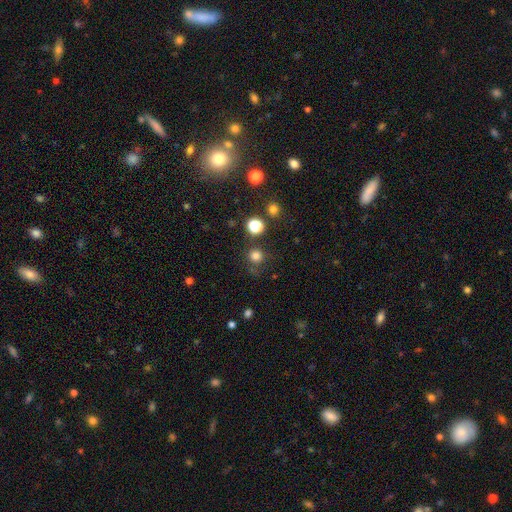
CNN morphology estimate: smooth 77%, star or artifact 18%, featured or disk 5%. Down the decision tree: how rounded — round (93%); merging — none (77%).